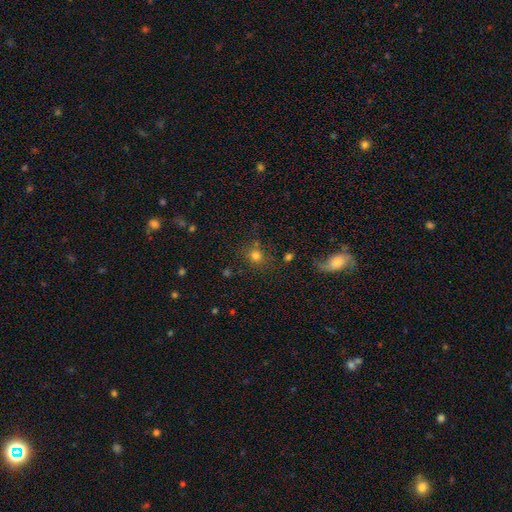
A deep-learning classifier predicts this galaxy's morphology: smooth 75%, star or artifact 17%, featured or disk 8%. Down the decision tree: how rounded — round (81%); merging — none (73%).